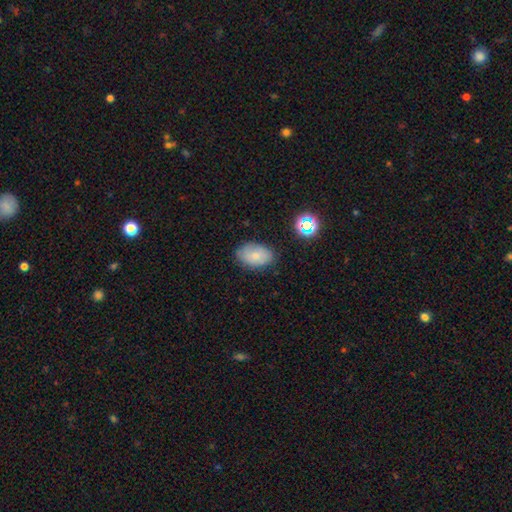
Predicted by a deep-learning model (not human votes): smooth_or_featured: smooth (p=0.70) [alt: featured or disk p=0.19]
how_rounded: in between (p=0.88) [alt: round p=0.11]
merging: none (p=0.78) [alt: minor disturbance p=0.16]